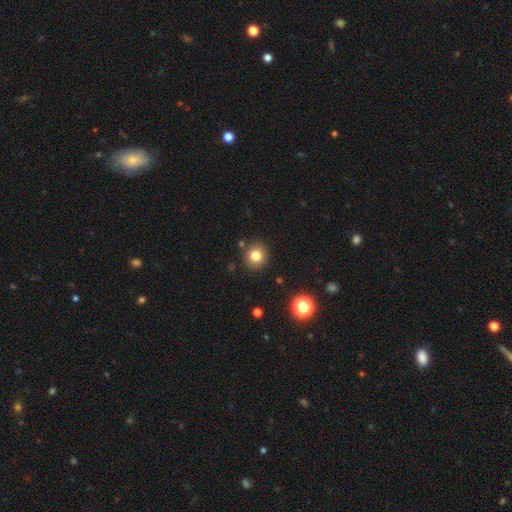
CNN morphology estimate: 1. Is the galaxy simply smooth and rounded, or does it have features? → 80% smooth, 12% star or artifact, 7% featured or disk.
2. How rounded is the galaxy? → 89% round, 10% in between, 1% cigar-shaped.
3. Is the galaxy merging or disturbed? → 86% none, 7% minor disturbance, 4% merger, 2% major disturbance.